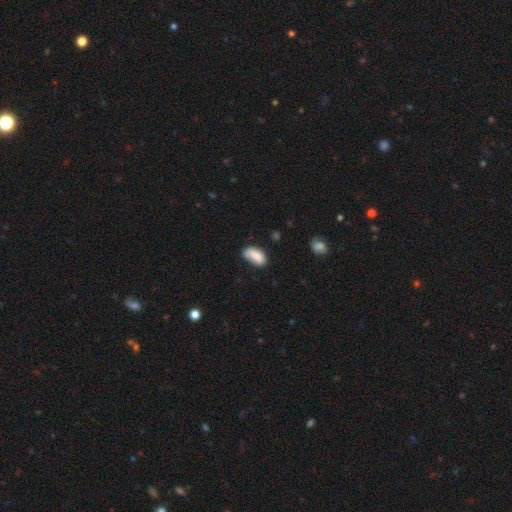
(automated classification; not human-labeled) The model was most divided on "merging": none: 54%, minor disturbance: 33%, major disturbance: 8%, merger: 4%. More confident: how rounded — in between (91%); smooth or featured — smooth (83%).